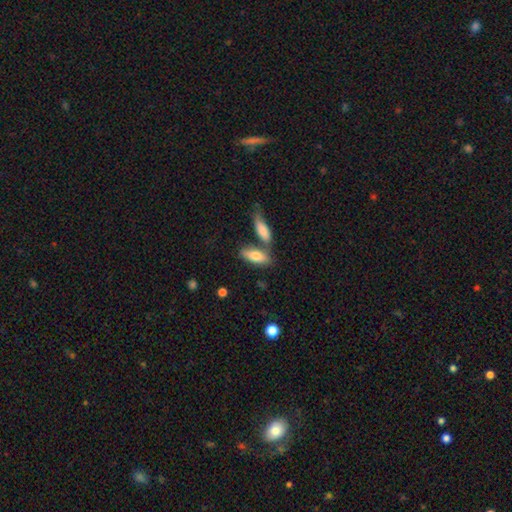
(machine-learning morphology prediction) smooth 75%, featured or disk 19%, star or artifact 6%. Down the decision tree: how rounded — in between (75%); merging — none (50%).